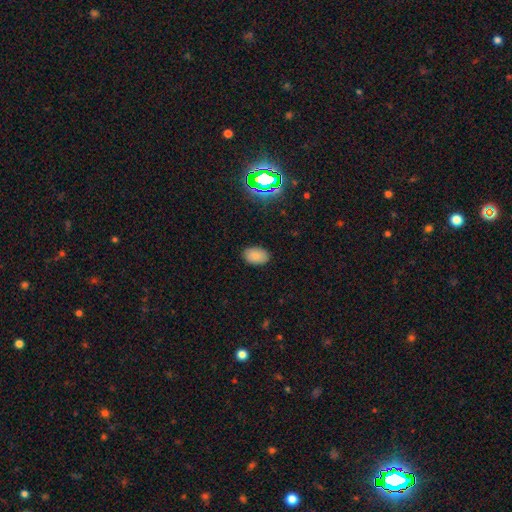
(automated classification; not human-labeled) smooth 82%, star or artifact 13%, featured or disk 5%. Down the decision tree: how rounded — in between (89%); merging — none (87%).